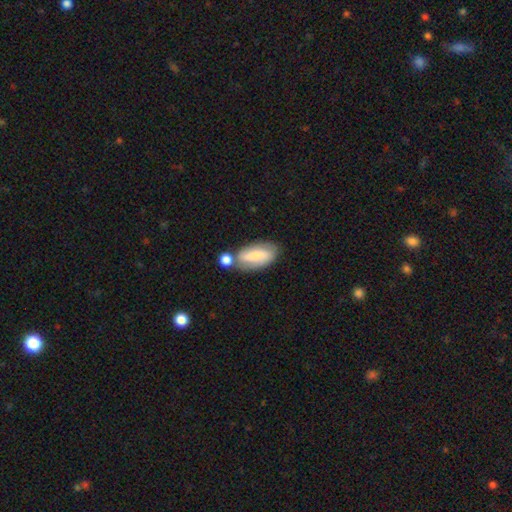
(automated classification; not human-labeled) smooth_or_featured: smooth (p=0.60) [alt: featured or disk p=0.33]
how_rounded: in between (p=0.86) [alt: cigar-shaped p=0.11]
merging: none (p=0.50) [alt: merger p=0.27]